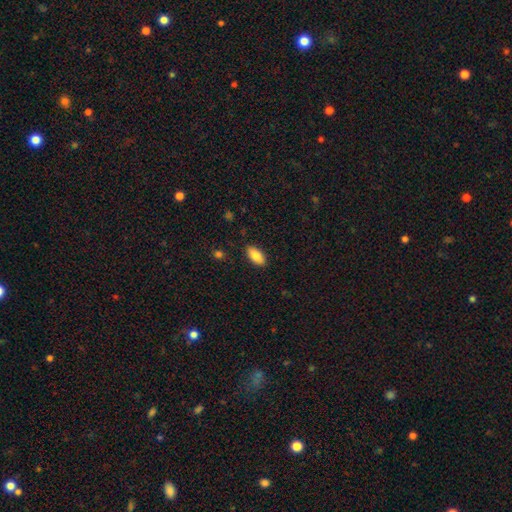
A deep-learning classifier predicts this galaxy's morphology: Smooth or featured?
  - smooth: 85% *
  - featured or disk: 8%
  - star or artifact: 7%
How rounded?
  - in between: 92% *
  - cigar-shaped: 5%
  - round: 3%
Merging?
  - none: 88% *
  - minor disturbance: 9%
  - major disturbance: 2%
  - merger: 1%